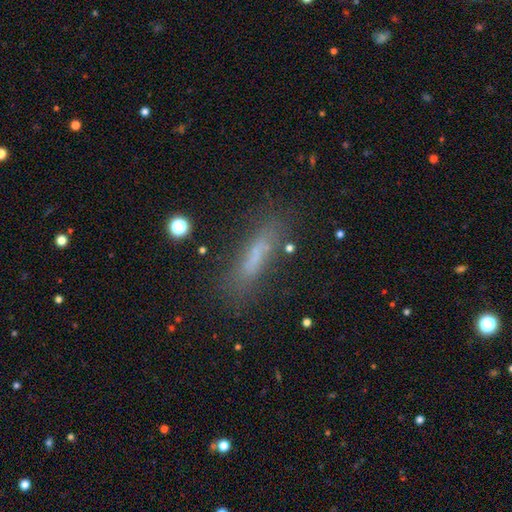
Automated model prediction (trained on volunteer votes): smooth_or_featured: smooth (p=0.61) [alt: featured or disk p=0.26]
how_rounded: cigar-shaped (p=0.78) [alt: in between p=0.20]
merging: none (p=0.74) [alt: minor disturbance p=0.16]